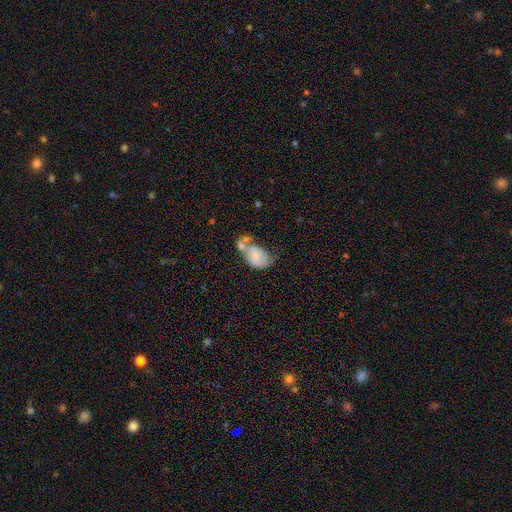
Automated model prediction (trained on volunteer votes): A smooth galaxy with no disk features (61%) that is in between round and cigar-shaped (87%).

Vote fractions:
- Smooth or featured? smooth: 61% / featured or disk: 31% / star or artifact: 8%
- How rounded? in between: 87% / round: 11% / cigar-shaped: 2%
- Merging? merger: 43% / major disturbance: 20% / minor disturbance: 19% / none: 19%